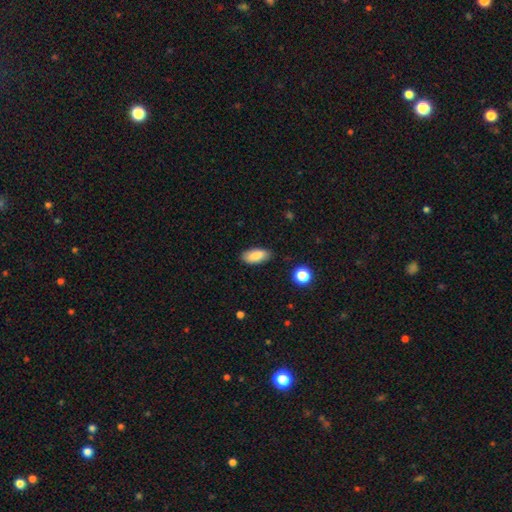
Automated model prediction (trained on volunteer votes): This is clearly a smooth galaxy (85%). How rounded: clearly in between (88%). Merging: clearly none (83%).